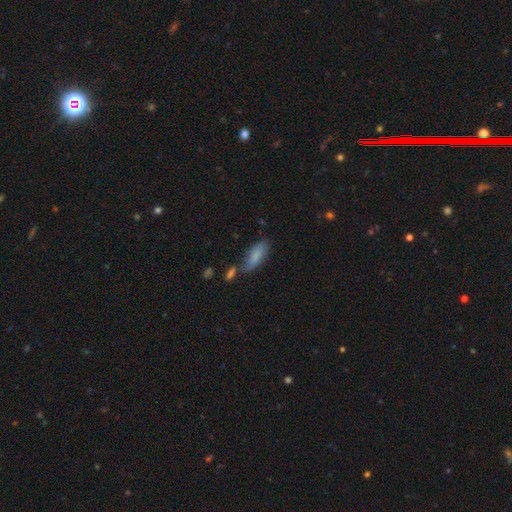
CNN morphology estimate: A smooth galaxy with no disk features (80%) that is in between round and cigar-shaped (67%). Merging: none (57%).